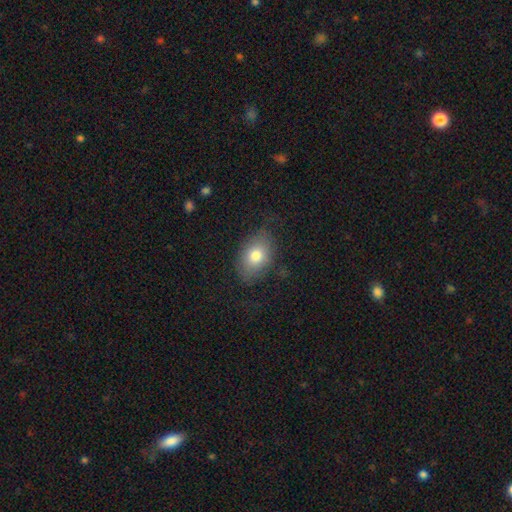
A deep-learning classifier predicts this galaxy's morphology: This appears to be a smooth galaxy with no disk features (76%) that is in between round and cigar-shaped (82%). Merging: none (72%).